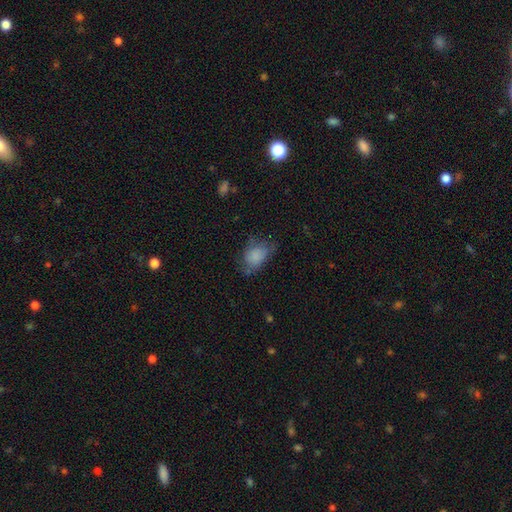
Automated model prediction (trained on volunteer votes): Smooth or featured? smooth (81%)
How rounded? in between (73%)
Merging? none (49%)